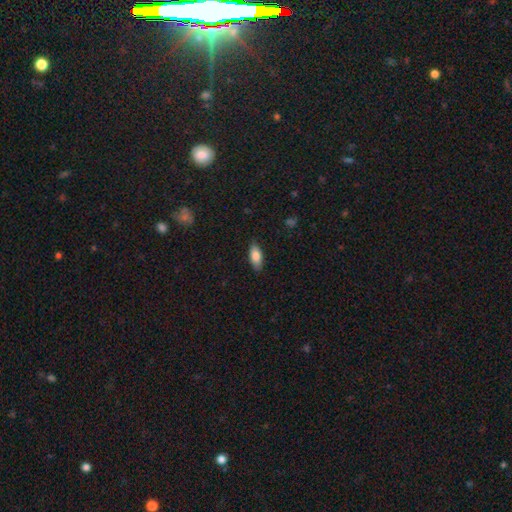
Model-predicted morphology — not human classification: A smooth galaxy with no disk features (82%) that is in between round and cigar-shaped (83%). Merging: none (85%).